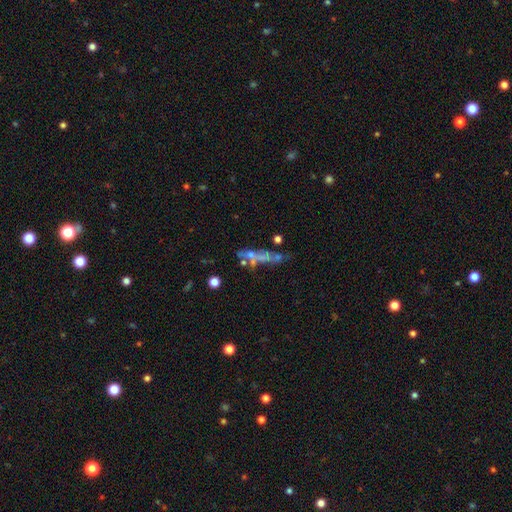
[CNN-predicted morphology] Smooth or featured? Predicted: featured or disk (p=0.47). Merging? Predicted: none (p=0.42).